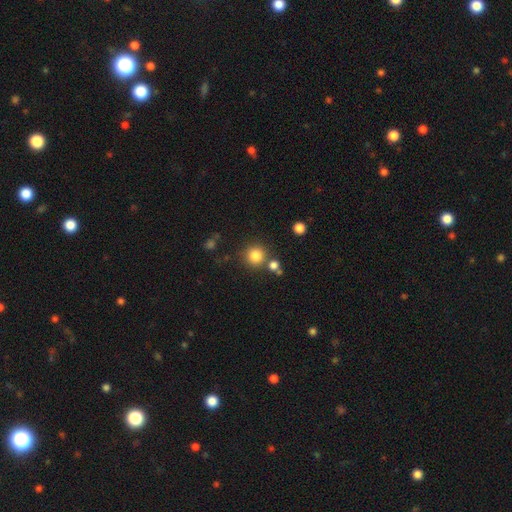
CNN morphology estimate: Smooth or featured: smooth — 82% (star or artifact — 12%)
How rounded: round — 93% (in between — 6%)
Merging: none — 78% (merger — 11%)